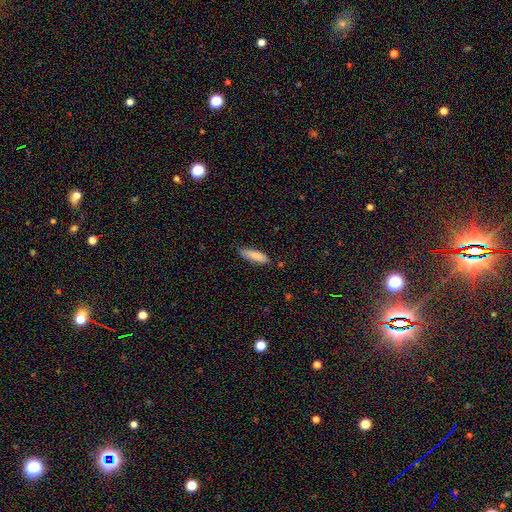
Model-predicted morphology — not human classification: Smooth or featured: smooth — 85% (featured or disk — 9%)
How rounded: in between — 50% (cigar-shaped — 49%)
Merging: none — 80% (minor disturbance — 16%)